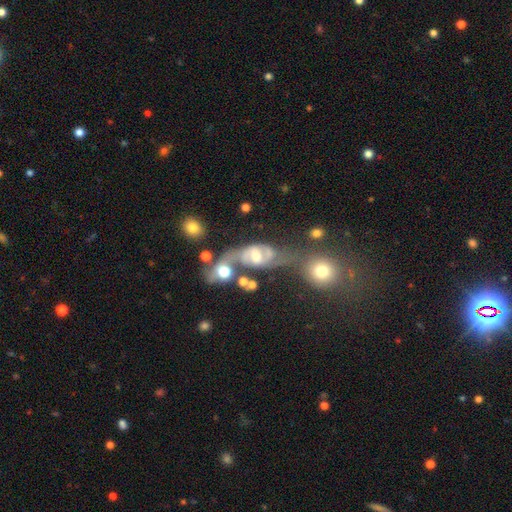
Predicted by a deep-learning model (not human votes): This appears to be a featured or disk galaxy (77%) with a weak bar (45%), 2 (86%) medium (47%) spiral arms (85%) and a moderate central bulge (56%). Merging: merger (33%).